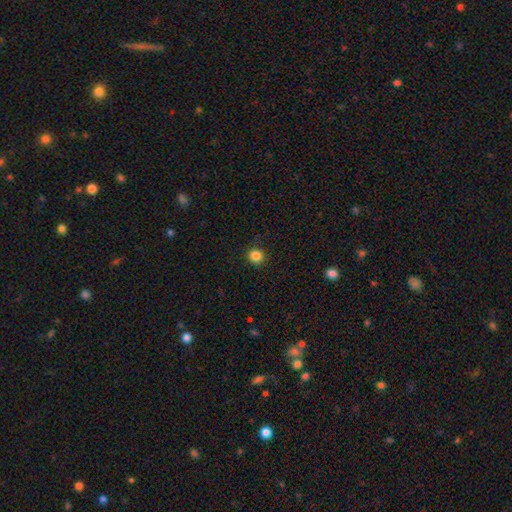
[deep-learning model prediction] This appears to be a smooth galaxy with no disk features (85%) that is round (93%). Merging: none (90%).